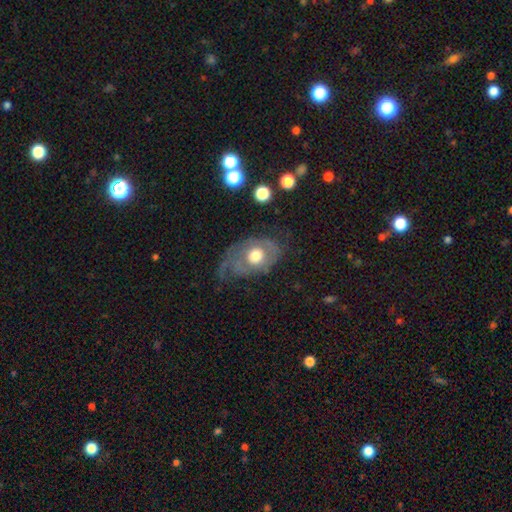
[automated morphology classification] The model was most divided on "merging": none: 41%, major disturbance: 32%, minor disturbance: 24%, merger: 2%. More confident: edge-on disk — no (95%); bar — no (84%); smooth or featured — featured or disk (66%); spiral arms — yes (64%); bulge size — moderate (63%).